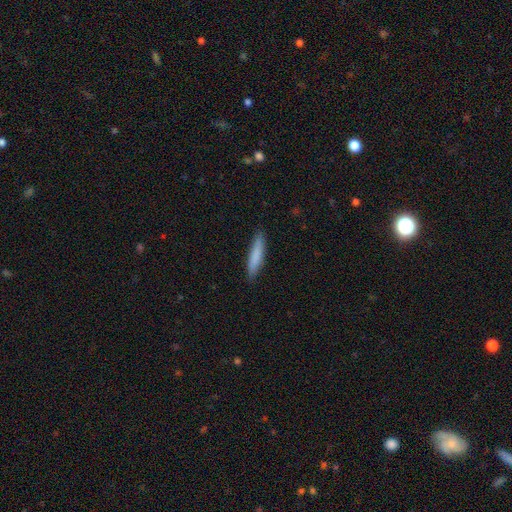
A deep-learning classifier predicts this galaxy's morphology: Smooth or featured? Predicted: smooth (p=0.81). How rounded? Predicted: cigar-shaped (p=0.88). Merging? Predicted: none (p=0.87).